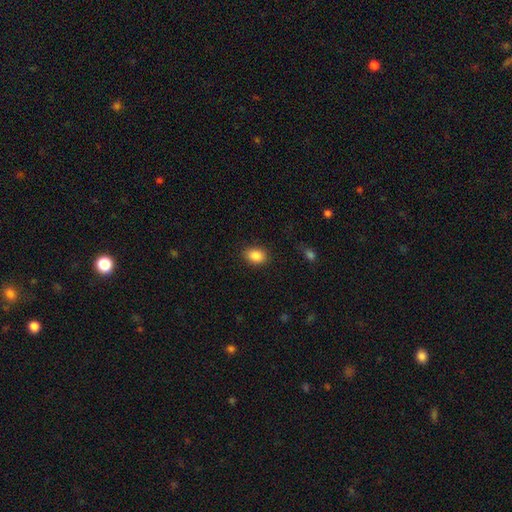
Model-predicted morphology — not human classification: Smooth or featured: smooth — 87% (star or artifact — 8%)
How rounded: in between — 76% (round — 23%)
Merging: none — 87% (minor disturbance — 9%)